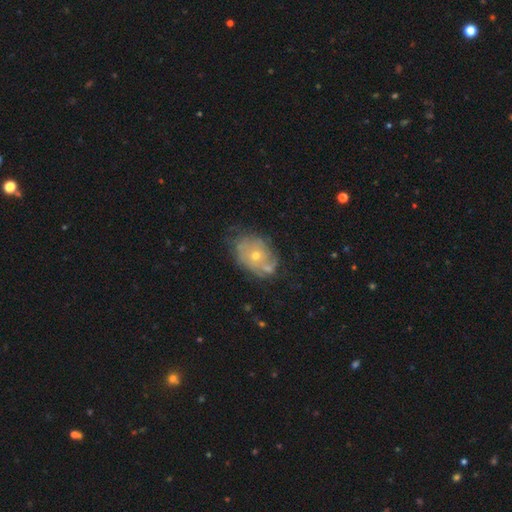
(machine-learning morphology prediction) type=featured or disk (56%); edge-on=no (95%); bar=no (87%); spiral arms=no (52%); bulge=small (58%); merging=none (56%).